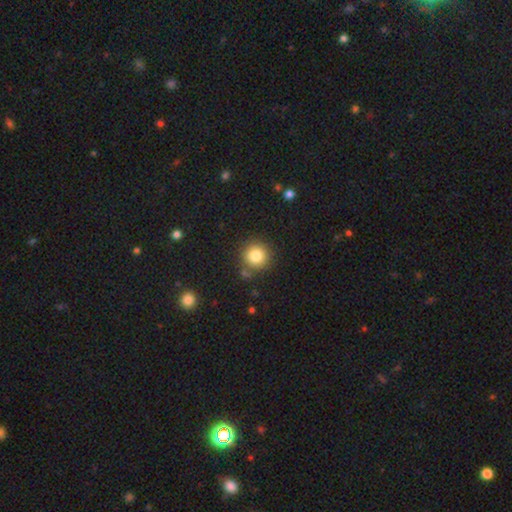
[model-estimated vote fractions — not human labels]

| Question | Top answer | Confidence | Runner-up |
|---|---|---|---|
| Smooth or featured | smooth | 82% | star or artifact (11%) |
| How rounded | round | 94% | in between (5%) |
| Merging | none | 82% | minor disturbance (9%) |